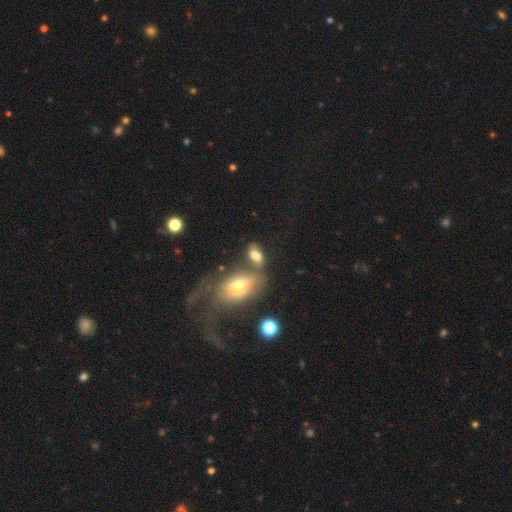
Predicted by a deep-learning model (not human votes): Smooth or featured? Predicted: smooth (p=0.69). How rounded? Predicted: in between (p=0.87). Merging? Predicted: none (p=0.46).